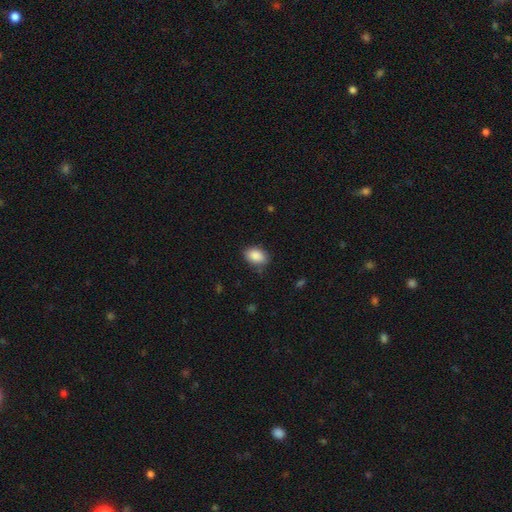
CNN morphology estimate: smooth-or-featured: smooth: 89% | star or artifact: 7% | featured or disk: 4%
  how-rounded: in between: 81% | round: 18% | cigar-shaped: 1%
  merging: none: 82% | minor disturbance: 14% | major disturbance: 3% | merger: 1%